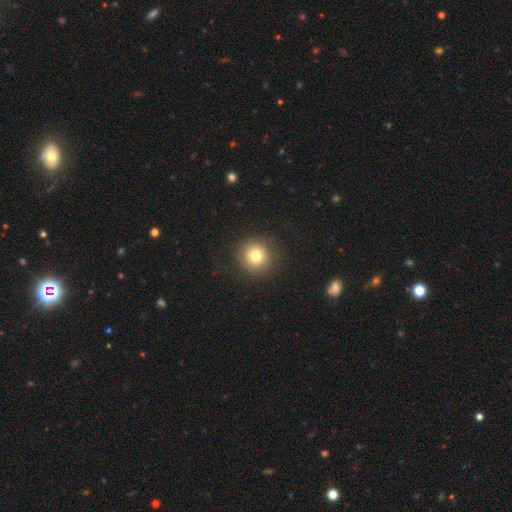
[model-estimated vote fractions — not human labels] Smooth or featured? Predicted: smooth (p=0.78). How rounded? Predicted: round (p=0.94). Merging? Predicted: none (p=0.89).